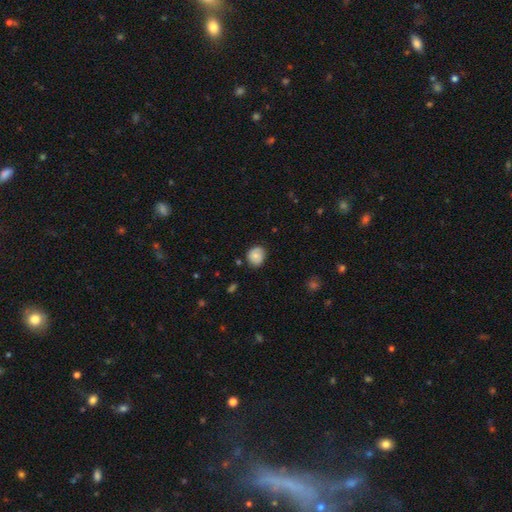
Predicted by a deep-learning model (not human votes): This appears to be a smooth galaxy with no disk features (74%) that is round (77%). Merging: none (74%).